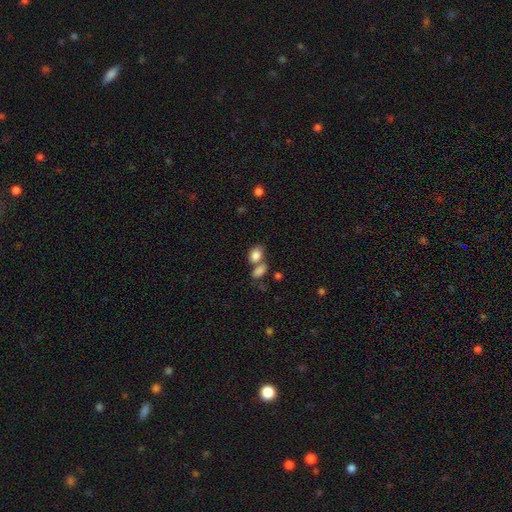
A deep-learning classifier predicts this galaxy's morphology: smooth-or-featured: smooth: 84% | star or artifact: 9% | featured or disk: 8%
  how-rounded: in between: 76% | round: 23% | cigar-shaped: 2%
  merging: merger: 43% | none: 41% | minor disturbance: 11% | major disturbance: 5%